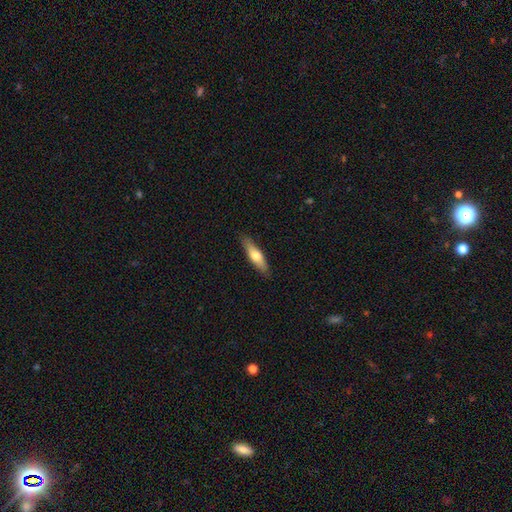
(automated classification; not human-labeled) smooth-or-featured: smooth: 60% | featured or disk: 34% | star or artifact: 5%
  how-rounded: cigar-shaped: 68% | in between: 30% | round: 2%
  merging: none: 88% | minor disturbance: 10% | major disturbance: 2% | merger: 1%